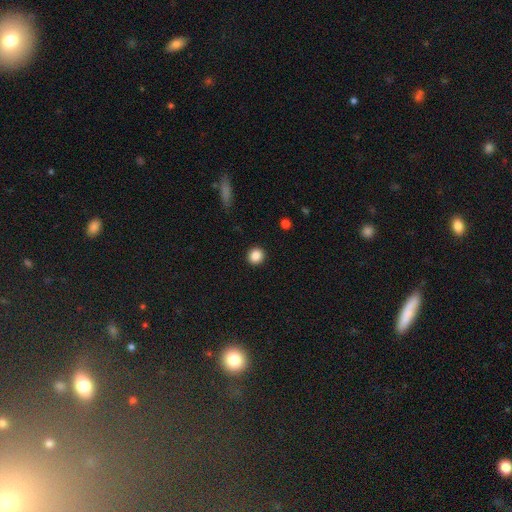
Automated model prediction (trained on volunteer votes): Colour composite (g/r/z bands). It shows a smooth galaxy with no disk features (87%) that is round (91%). Merging: none (92%).